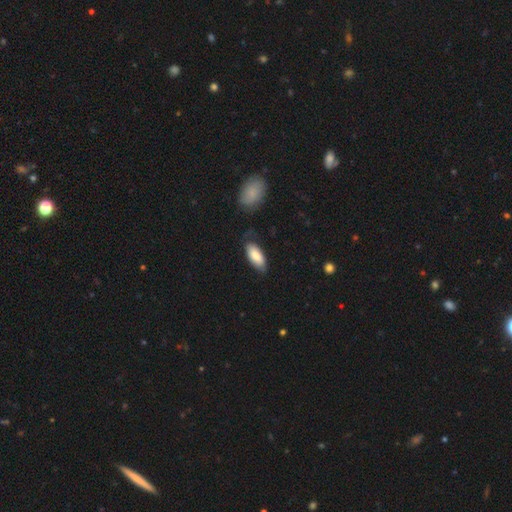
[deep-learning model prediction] A smooth galaxy with no disk features (79%) that is in between round and cigar-shaped (88%).

Vote fractions:
- Smooth or featured? smooth: 79% / featured or disk: 15% / star or artifact: 6%
- How rounded? in between: 88% / cigar-shaped: 10% / round: 2%
- Merging? none: 68% / minor disturbance: 23% / major disturbance: 6% / merger: 3%